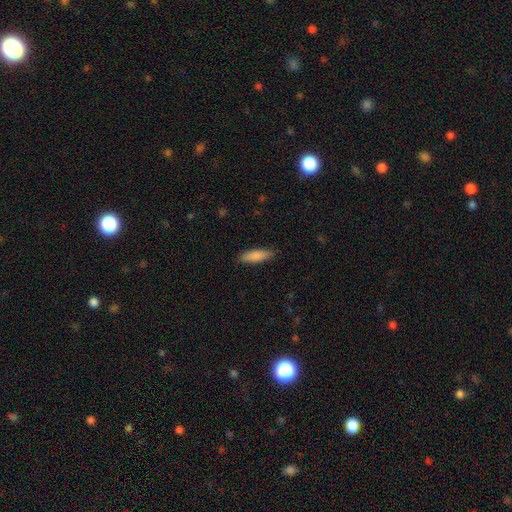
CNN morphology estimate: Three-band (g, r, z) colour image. It shows a smooth galaxy with no disk features (87%) that is cigar-shaped (57%). Merging: none (87%).